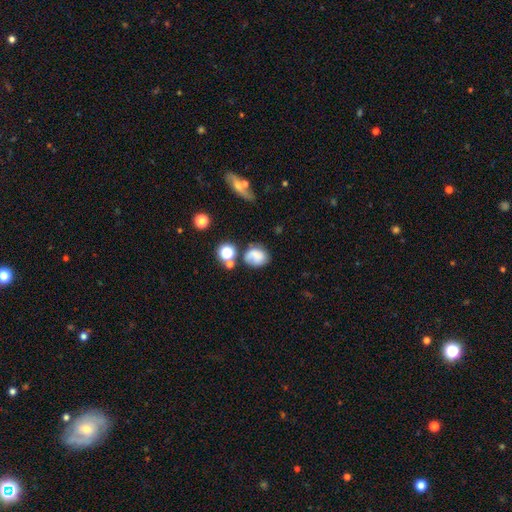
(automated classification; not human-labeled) A smooth galaxy with no disk features (59%) that is round (52%).

Vote fractions:
- Smooth or featured? smooth: 59% / featured or disk: 28% / star or artifact: 13%
- How rounded? round: 52% / in between: 47% / cigar-shaped: 1%
- Merging? none: 48% / minor disturbance: 25% / major disturbance: 14% / merger: 12%